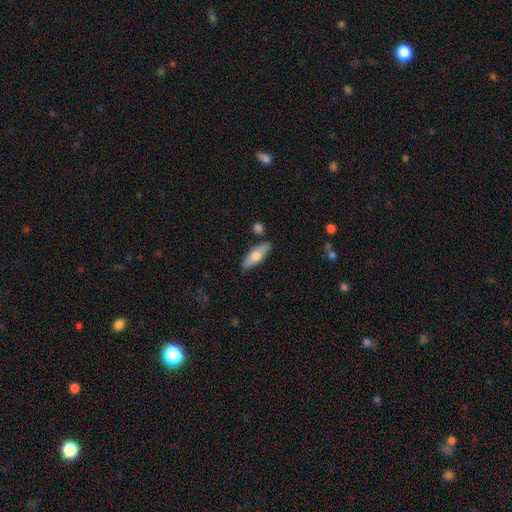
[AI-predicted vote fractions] This is likely a smooth galaxy (69%). How rounded: possibly in between (59%). Merging: clearly none (82%).